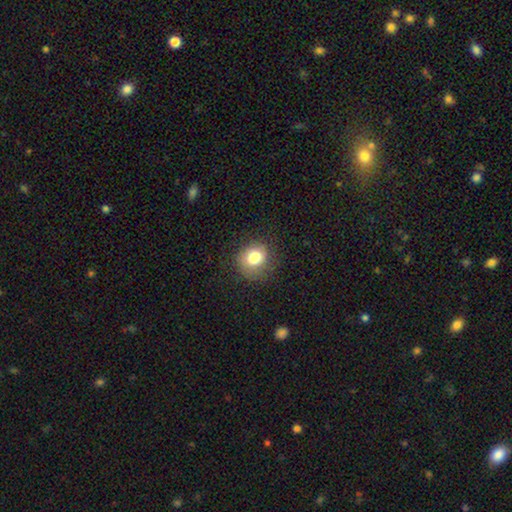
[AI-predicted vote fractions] Overall: smooth (79%). How rounded: round (72%). Merging: none (65%).